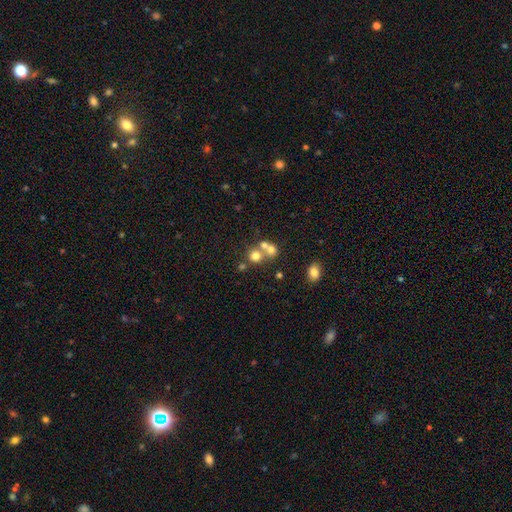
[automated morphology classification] Smooth or featured? smooth (67%)
How rounded? round (83%)
Merging? merger (48%)